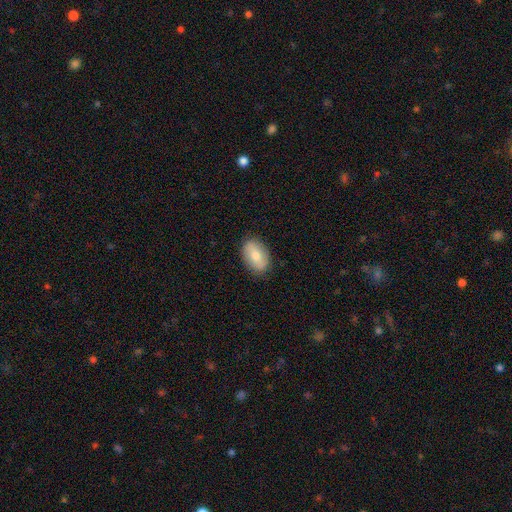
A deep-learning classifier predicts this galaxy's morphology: A smooth galaxy with no disk features (72%) that is in between round and cigar-shaped (88%). Merging: none (85%).